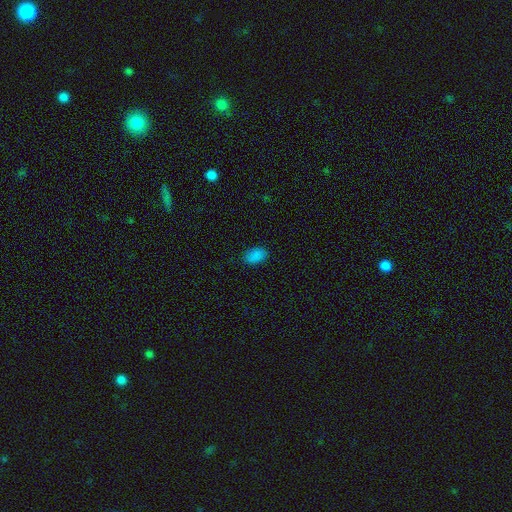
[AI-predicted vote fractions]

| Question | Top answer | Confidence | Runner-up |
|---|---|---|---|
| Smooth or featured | smooth | 85% | star or artifact (11%) |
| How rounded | in between | 90% | round (8%) |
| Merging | none | 85% | minor disturbance (11%) |